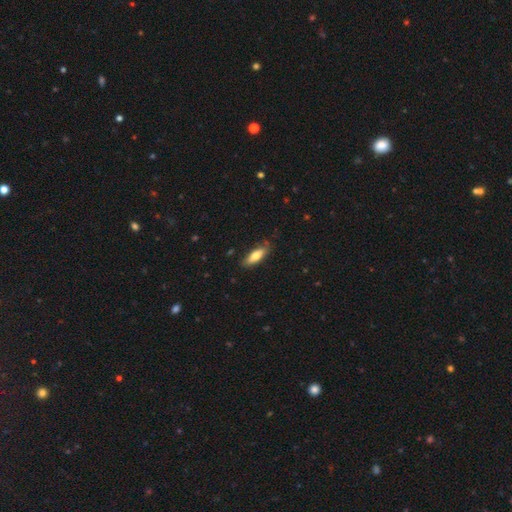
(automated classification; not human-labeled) smooth_or_featured: smooth (p=0.71) [alt: featured or disk p=0.23]
how_rounded: in between (p=0.60) [alt: cigar-shaped p=0.38]
merging: none (p=0.80) [alt: minor disturbance p=0.16]